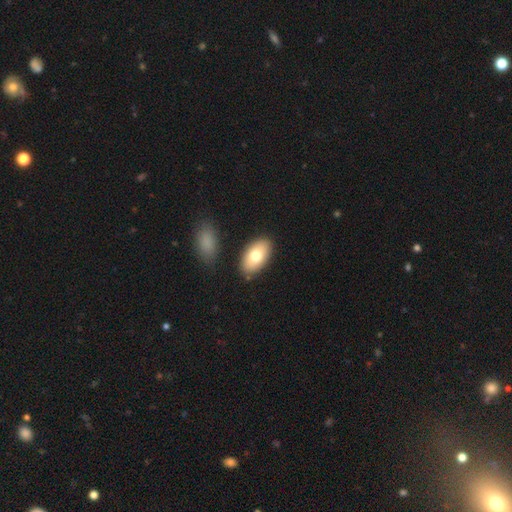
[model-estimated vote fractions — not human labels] Smooth or featured? Predicted: smooth (p=0.73). How rounded? Predicted: in between (p=0.93). Merging? Predicted: none (p=0.82).